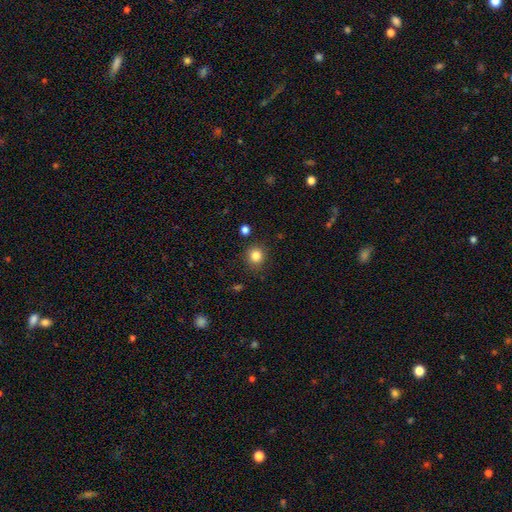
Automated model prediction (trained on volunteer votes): Smooth or featured? smooth (83%)
How rounded? round (89%)
Merging? none (87%)